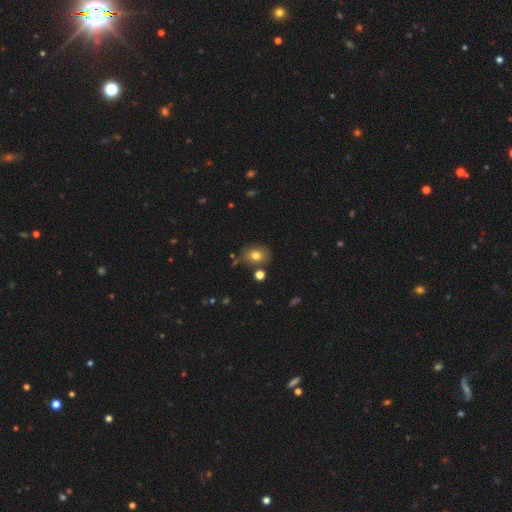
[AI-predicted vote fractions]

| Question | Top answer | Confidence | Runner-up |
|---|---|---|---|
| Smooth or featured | smooth | 75% | featured or disk (13%) |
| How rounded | in between | 53% | round (46%) |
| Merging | none | 72% | minor disturbance (16%) |